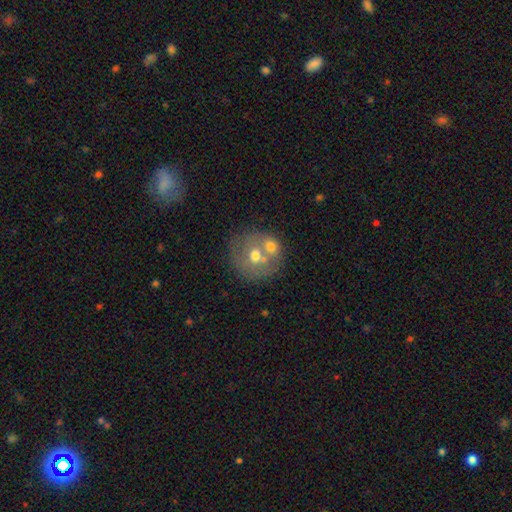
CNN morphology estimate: Smooth or featured? smooth (54%)
How rounded? round (83%)
Merging? merger (43%, tied with none)